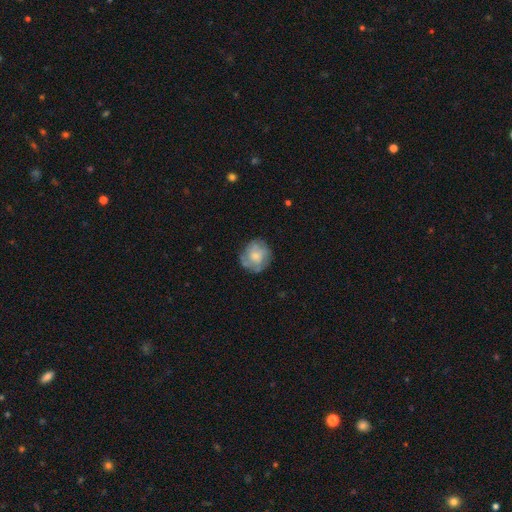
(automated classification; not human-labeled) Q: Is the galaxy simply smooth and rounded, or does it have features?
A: smooth — 47%.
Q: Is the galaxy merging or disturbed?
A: none — 72%.